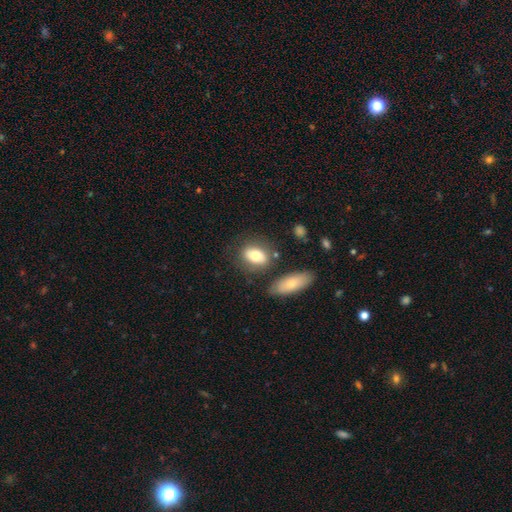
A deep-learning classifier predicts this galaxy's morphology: A smooth galaxy with no disk features (75%) that is in between round and cigar-shaped (75%).

Vote fractions:
- Smooth or featured? smooth: 75% / featured or disk: 18% / star or artifact: 7%
- How rounded? in between: 75% / round: 22% / cigar-shaped: 3%
- Merging? none: 67% / minor disturbance: 15% / merger: 13% / major disturbance: 5%